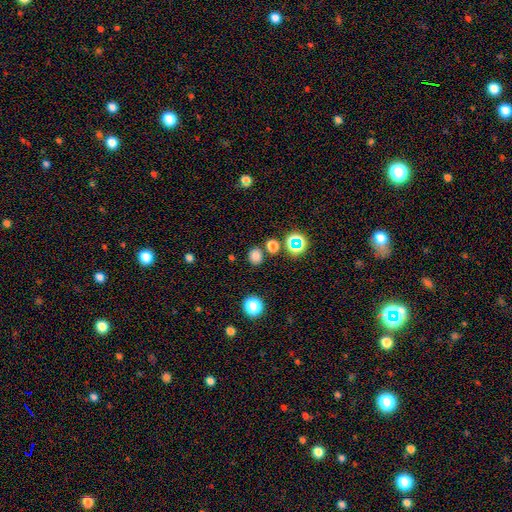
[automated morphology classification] A smooth galaxy with no disk features (76%) that is round (79%). Merging: none (82%).